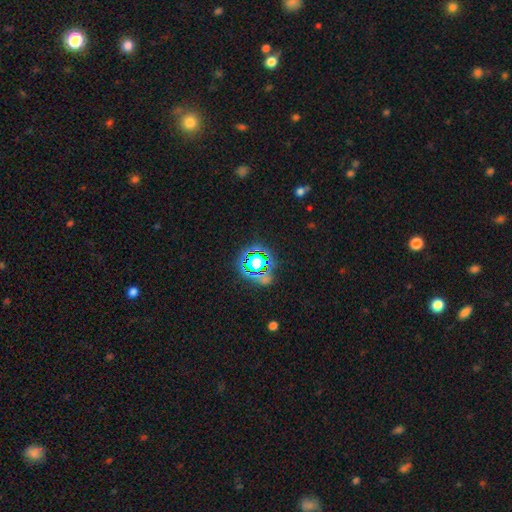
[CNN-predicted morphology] Smooth or featured?
  - star or artifact: 63% *
  - smooth: 27%
  - featured or disk: 10%